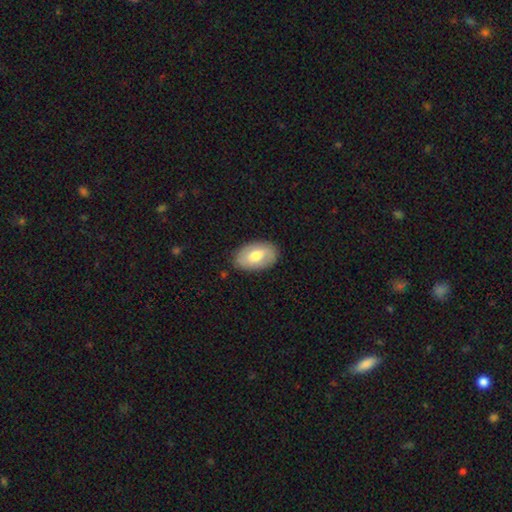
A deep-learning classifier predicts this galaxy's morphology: Smooth or featured: smooth — 62% (featured or disk — 33%)
How rounded: in between — 92% (round — 7%)
Merging: none — 84% (minor disturbance — 12%)